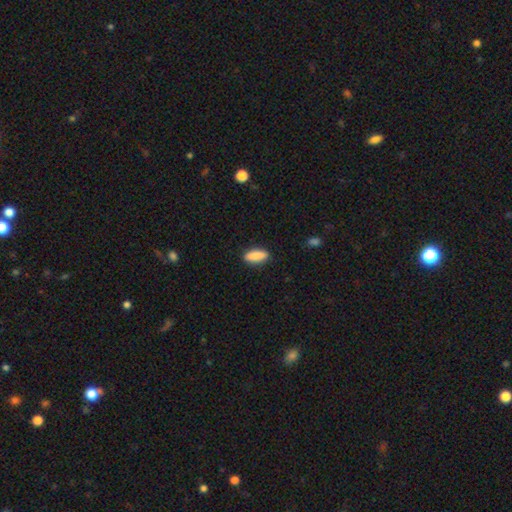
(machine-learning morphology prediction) smooth_or_featured: smooth (p=0.87) [alt: featured or disk p=0.07]
how_rounded: in between (p=0.62) [alt: cigar-shaped p=0.36]
merging: none (p=0.88) [alt: minor disturbance p=0.09]